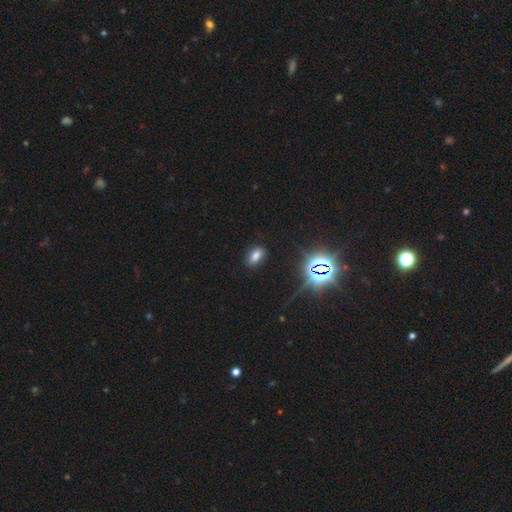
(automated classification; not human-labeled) This is likely a smooth galaxy (67%). How rounded: clearly in between (88%). Merging: clearly none (87%).